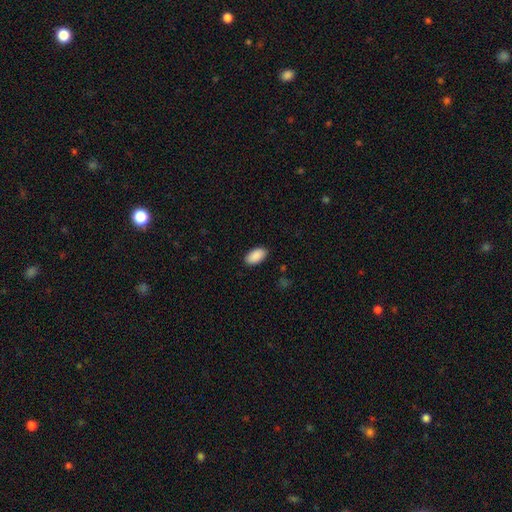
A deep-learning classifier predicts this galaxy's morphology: Overall: smooth (91%). How rounded: in between (95%). Merging: none (89%).